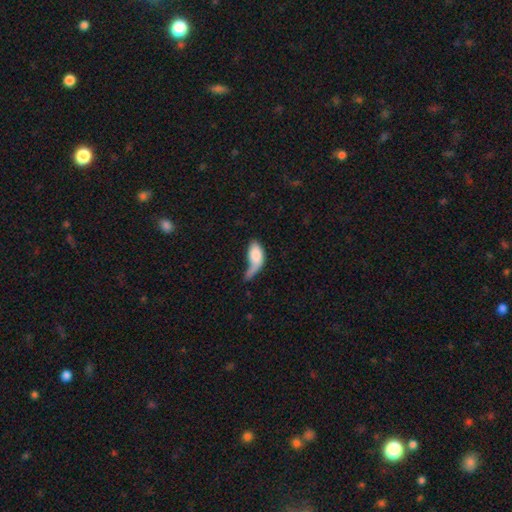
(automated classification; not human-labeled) Smooth or featured?
  - smooth: 74% *
  - featured or disk: 20%
  - star or artifact: 6%
How rounded?
  - in between: 89% *
  - cigar-shaped: 6%
  - round: 6%
Merging?
  - major disturbance: 44% *
  - minor disturbance: 23%
  - none: 19%
  - merger: 14%